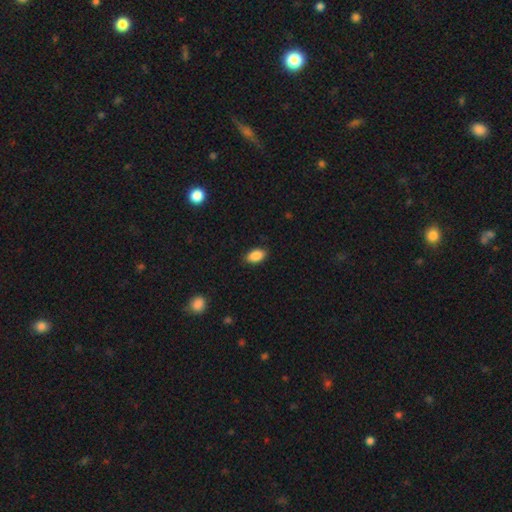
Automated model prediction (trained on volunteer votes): This is clearly a smooth galaxy (89%). How rounded: clearly in between (91%). Merging: clearly none (86%).